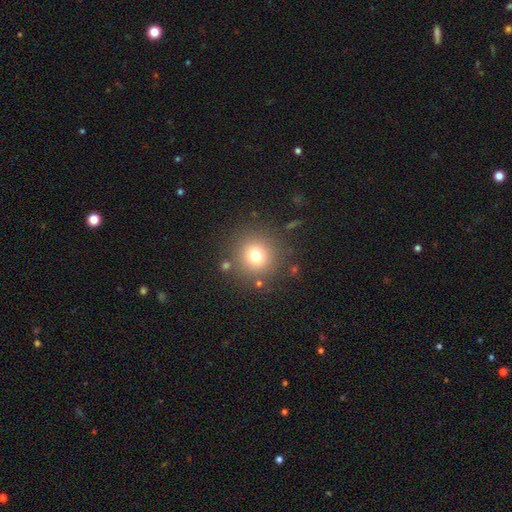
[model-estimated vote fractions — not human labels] smooth 74%, star or artifact 15%, featured or disk 10%. Down the decision tree: how rounded — round (94%); merging — none (85%).